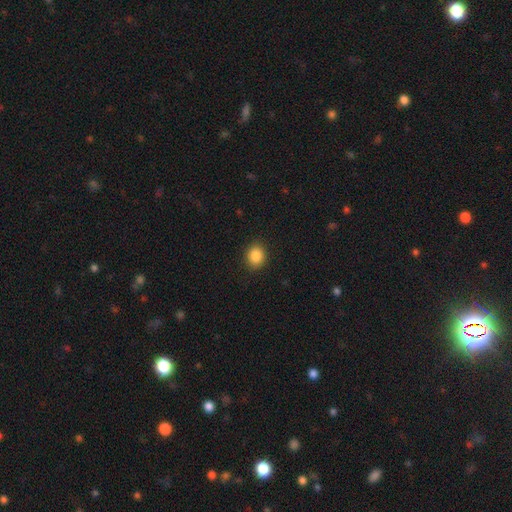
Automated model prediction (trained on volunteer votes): Morphology: type=smooth (87%); roundness=round (67%); merging=none (90%).